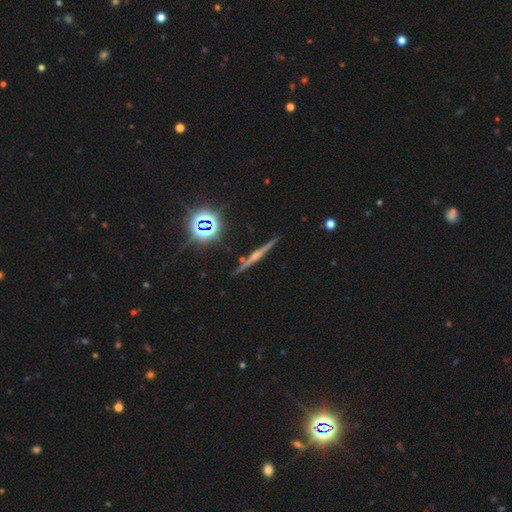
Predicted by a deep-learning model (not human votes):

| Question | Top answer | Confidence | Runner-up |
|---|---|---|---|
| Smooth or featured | featured or disk | 71% | star or artifact (17%) |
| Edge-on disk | yes | 97% | no (3%) |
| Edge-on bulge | rounded | 78% | none (13%) |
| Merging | none | 90% | minor disturbance (7%) |